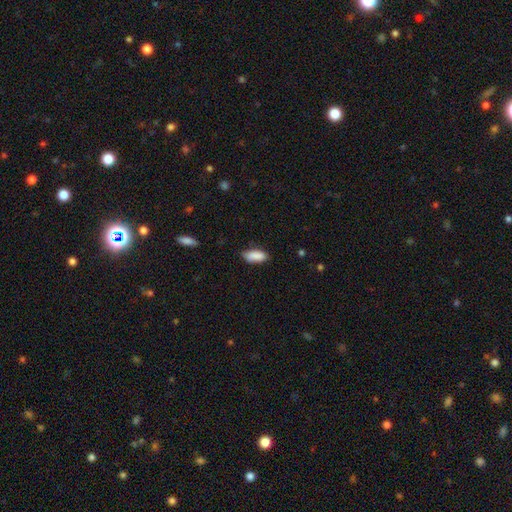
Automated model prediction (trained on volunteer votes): Morphology: type=smooth (88%); roundness=in between (83%); merging=none (74%).